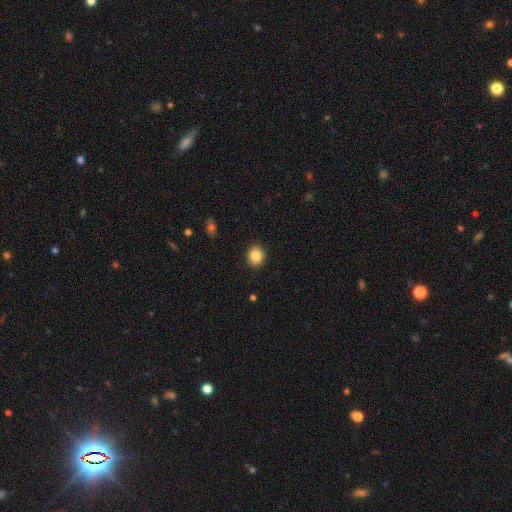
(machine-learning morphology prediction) Overall: smooth (87%). How rounded: round (61%; in between 38%). Merging: none (89%).